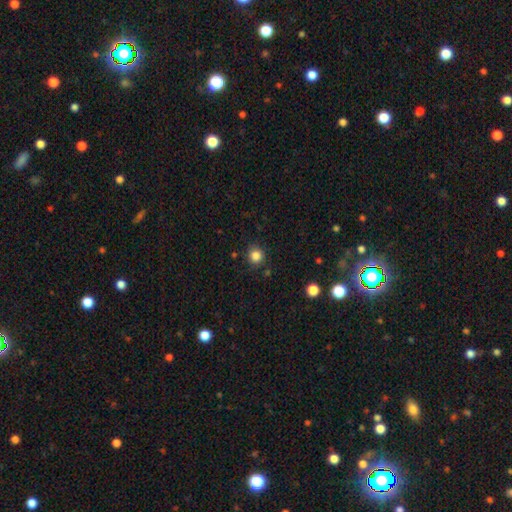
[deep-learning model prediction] This is clearly a smooth galaxy (84%). How rounded: clearly round (91%). Merging: clearly none (87%).